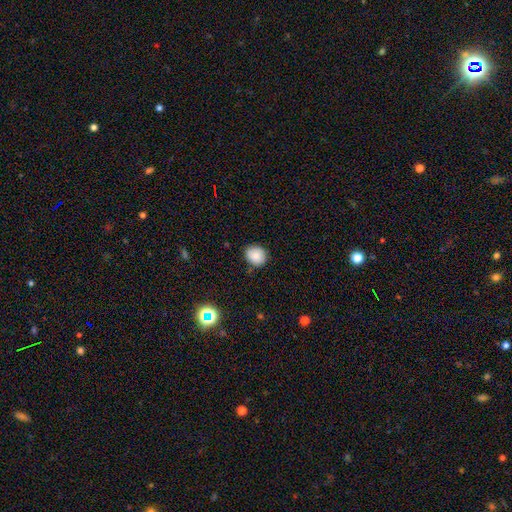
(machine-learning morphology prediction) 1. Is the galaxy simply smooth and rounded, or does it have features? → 84% smooth, 10% star or artifact, 6% featured or disk.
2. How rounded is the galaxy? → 74% round, 25% in between, 1% cigar-shaped.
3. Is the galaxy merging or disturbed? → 83% none, 13% minor disturbance, 2% major disturbance, 2% merger.